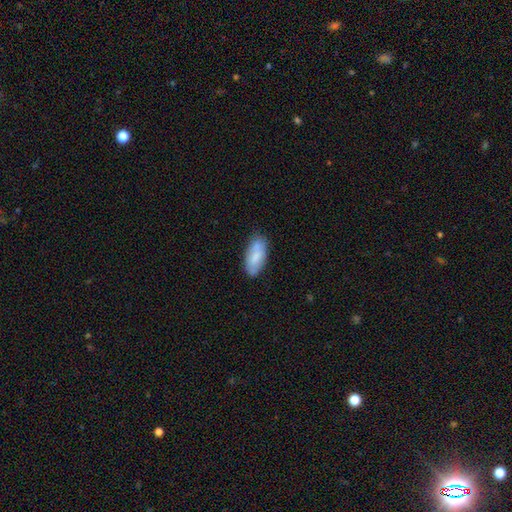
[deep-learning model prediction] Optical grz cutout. It shows a smooth galaxy with no disk features (76%) that is in between round and cigar-shaped (87%). Merging: none (75%).